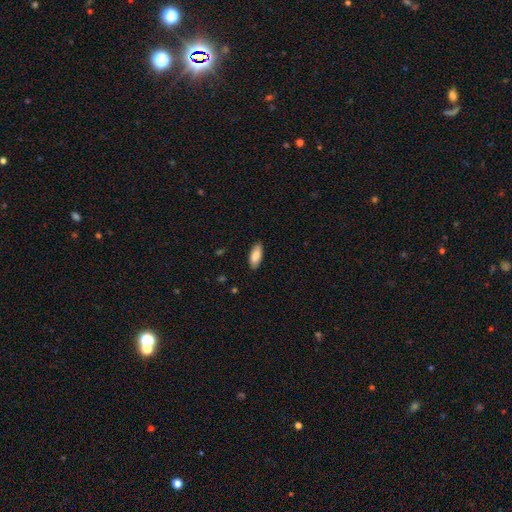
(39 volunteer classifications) A smooth galaxy with no disk features (85%) that is in between round and cigar-shaped (88%). Merging: none (92%).